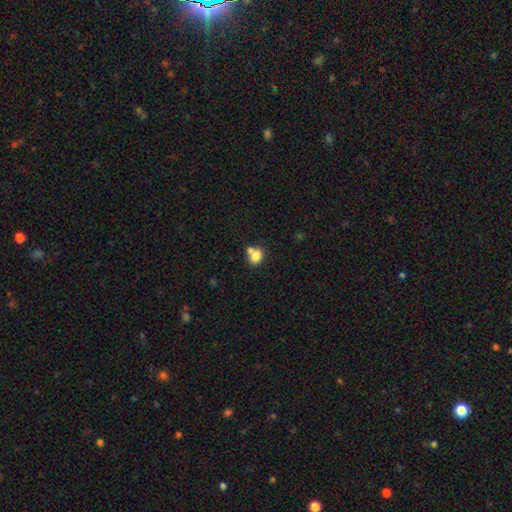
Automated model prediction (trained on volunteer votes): The model was most divided on "merging": merger: 44%, none: 40%, minor disturbance: 11%, major disturbance: 4%. More confident: smooth or featured — smooth (79%); how rounded — in between (55%).